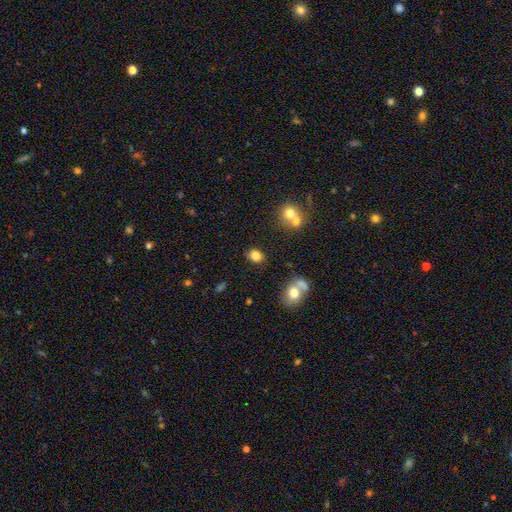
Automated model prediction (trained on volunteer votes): This is clearly a smooth galaxy (82%). How rounded: likely in between (62%). Merging: likely none (76%).